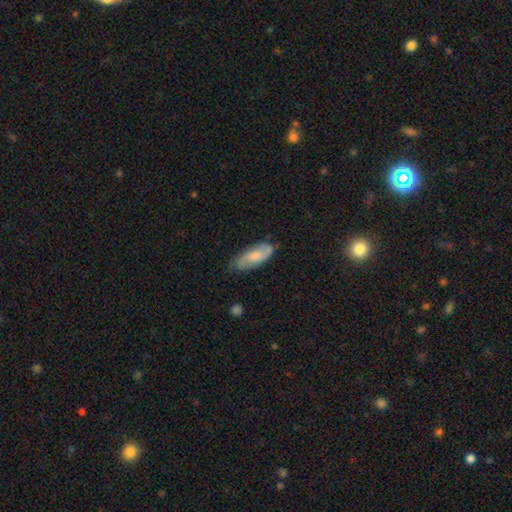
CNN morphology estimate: Smooth or featured?
  - smooth: 52% *
  - featured or disk: 41%
  - star or artifact: 6%
How rounded?
  - in between: 78% *
  - cigar-shaped: 20%
  - round: 2%
Merging?
  - none: 69% *
  - minor disturbance: 24%
  - major disturbance: 5%
  - merger: 2%